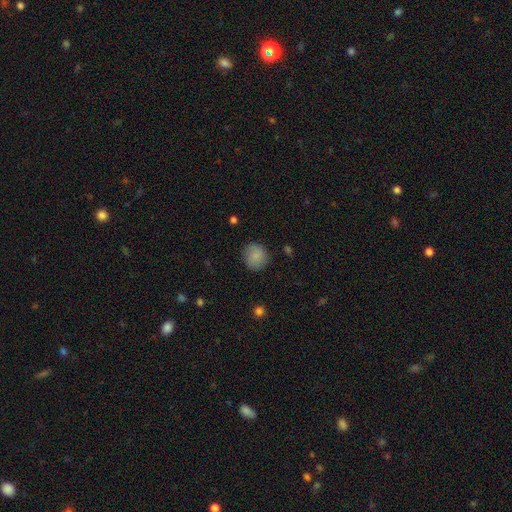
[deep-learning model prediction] Morphology: type=smooth (85%); roundness=round (88%); merging=none (85%).